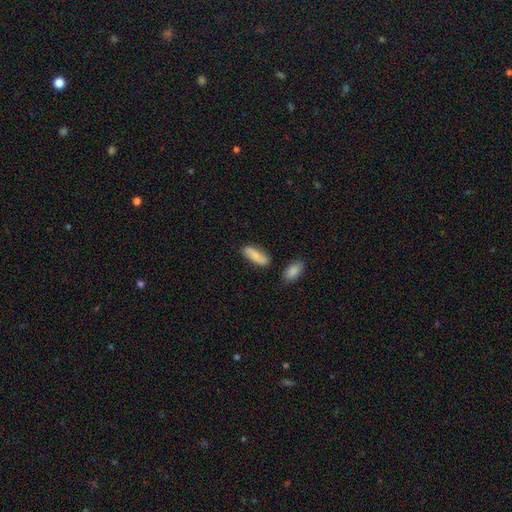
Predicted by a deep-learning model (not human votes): Morphology: type=smooth (75%); roundness=in between (69%); merging=none (76%).